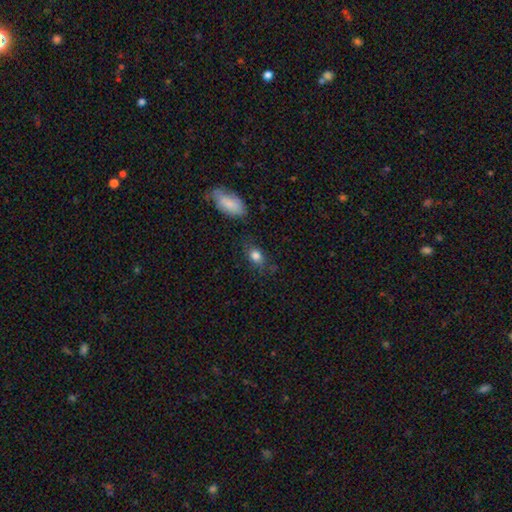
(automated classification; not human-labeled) Smooth or featured: smooth — 82% (star or artifact — 9%)
How rounded: in between — 72% (round — 25%)
Merging: none — 74% (minor disturbance — 18%)